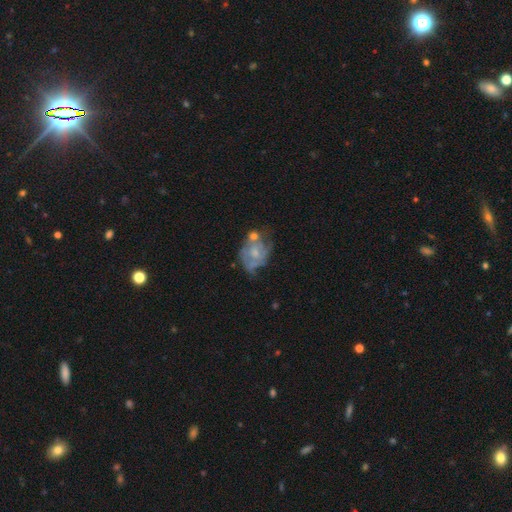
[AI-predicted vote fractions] A featured or disk galaxy (70%) with no bar (79%), spiral arms (63%) and a small central bulge (52%).

Vote fractions:
- Smooth or featured? featured or disk: 70% / smooth: 23% / star or artifact: 7%
- Edge-on disk? no: 98% / yes: 2%
- Bar? no: 79% / weak: 18% / strong: 3%
- Spiral arms? yes: 63% / no: 37%
- Bulge size? small: 52% / moderate: 32% / none: 12% / large: 2% / dominant: 1%
- Merging? none: 32% / minor disturbance: 24% / major disturbance: 22% / merger: 22%